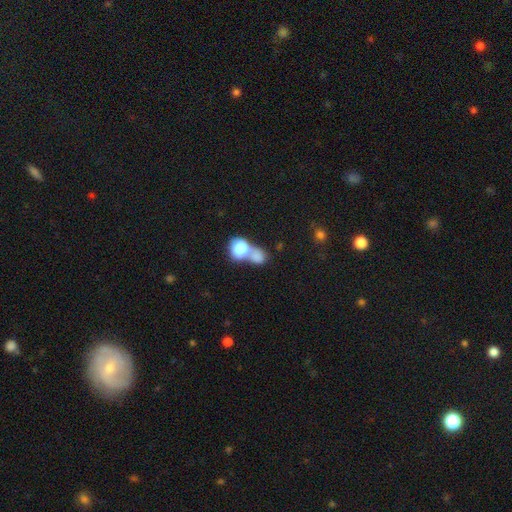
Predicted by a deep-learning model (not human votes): This is likely a smooth galaxy (77%). How rounded: likely in between (60%). Merging: likely merger (75%).